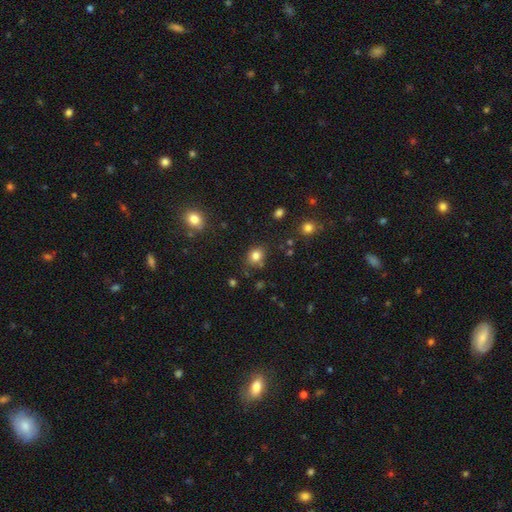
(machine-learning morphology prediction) The model was most divided on "how rounded": round: 65%, in between: 35%, cigar-shaped: 1%. More confident: smooth or featured — smooth (81%); merging — none (78%).